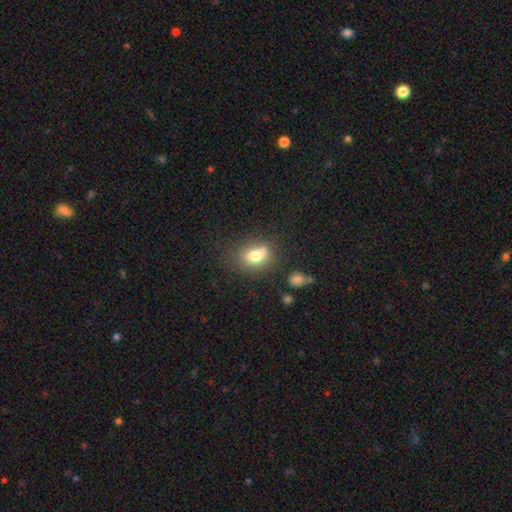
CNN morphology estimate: Q: Smooth or featured?
A: smooth (75%); runner-up: featured or disk (14%)
Q: How rounded?
A: in between (56%); runner-up: round (43%)
Q: Merging?
A: none (57%); runner-up: minor disturbance (18%)